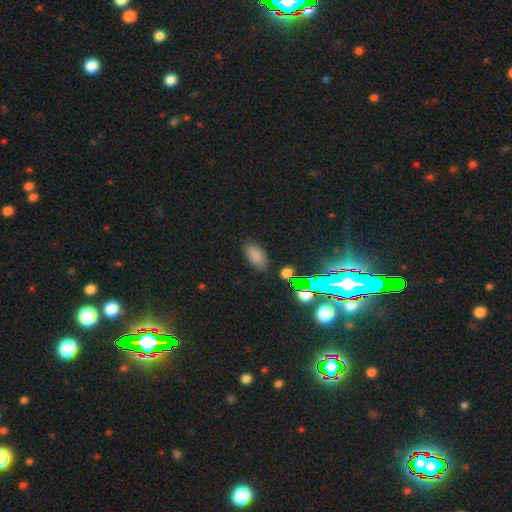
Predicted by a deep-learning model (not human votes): Smooth or featured? Predicted: smooth (p=0.78). How rounded? Predicted: in between (p=0.91). Merging? Predicted: none (p=0.82).